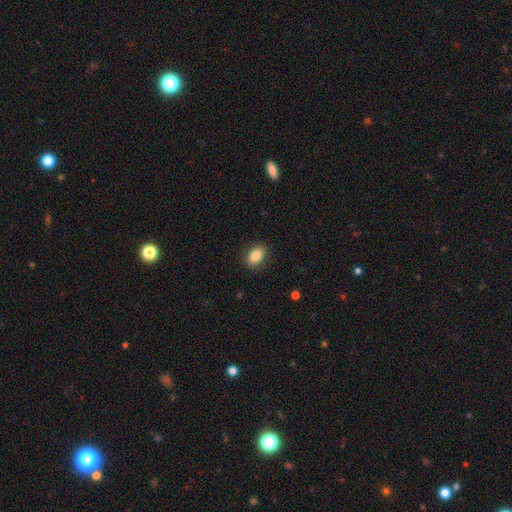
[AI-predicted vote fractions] A smooth galaxy with no disk features (84%) that is in between round and cigar-shaped (85%). Merging: none (87%).